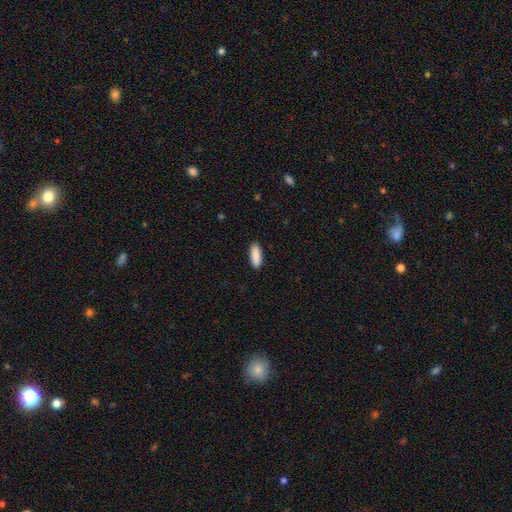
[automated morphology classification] Smooth or featured? smooth (90%)
How rounded? in between (58%)
Merging? none (89%)